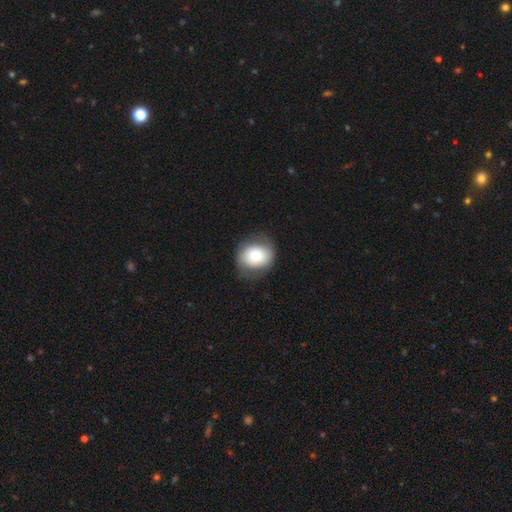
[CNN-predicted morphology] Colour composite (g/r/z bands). It shows a smooth galaxy with no disk features (75%) that is round (66%). Merging: none (75%).